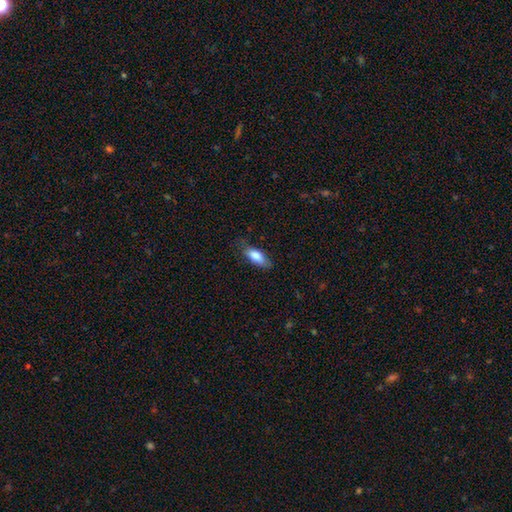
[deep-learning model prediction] This appears to be a smooth galaxy with no disk features (81%) that is in between round and cigar-shaped (75%). Merging: none (71%).